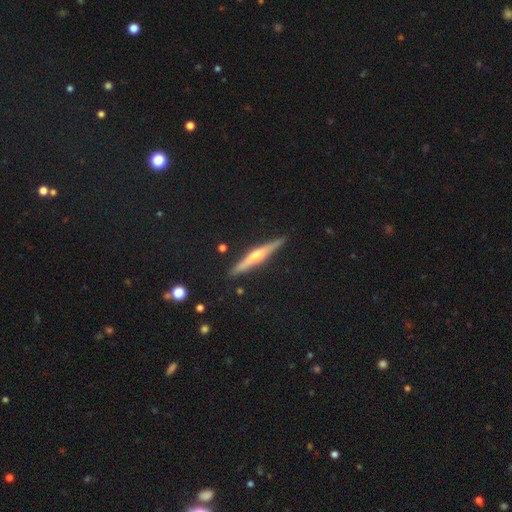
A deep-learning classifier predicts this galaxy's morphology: Smooth or featured: featured or disk — 69% (smooth — 24%)
Edge-on disk: yes — 97% (no — 3%)
Edge-on bulge: rounded — 80% (none — 11%)
Merging: none — 90% (minor disturbance — 7%)